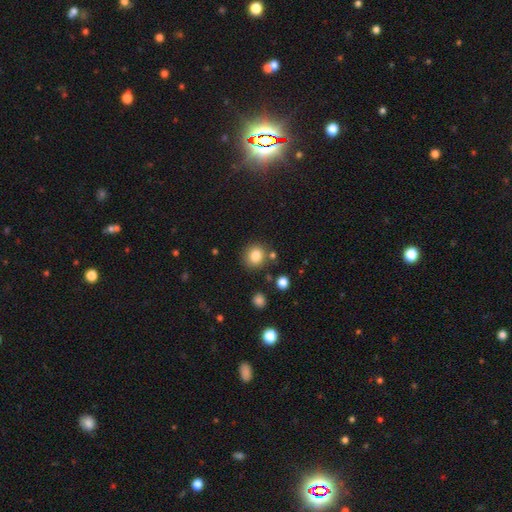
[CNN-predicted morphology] Smooth or featured?
  - smooth: 82% *
  - star or artifact: 11%
  - featured or disk: 7%
How rounded?
  - round: 85% *
  - in between: 14%
  - cigar-shaped: 1%
Merging?
  - none: 80% *
  - minor disturbance: 10%
  - merger: 7%
  - major disturbance: 3%